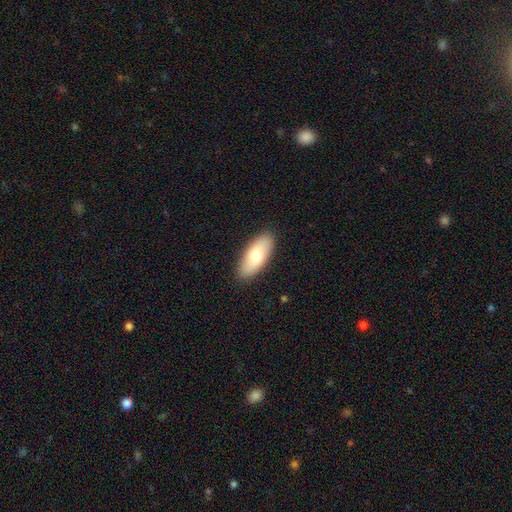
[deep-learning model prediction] smooth 74%, featured or disk 21%, star or artifact 5%. Down the decision tree: how rounded — in between (85%); merging — none (89%).